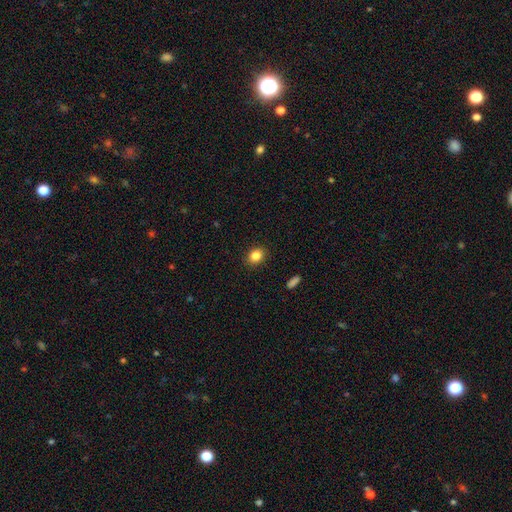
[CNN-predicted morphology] Smooth or featured? smooth (85%)
How rounded? round (52%)
Merging? none (89%)